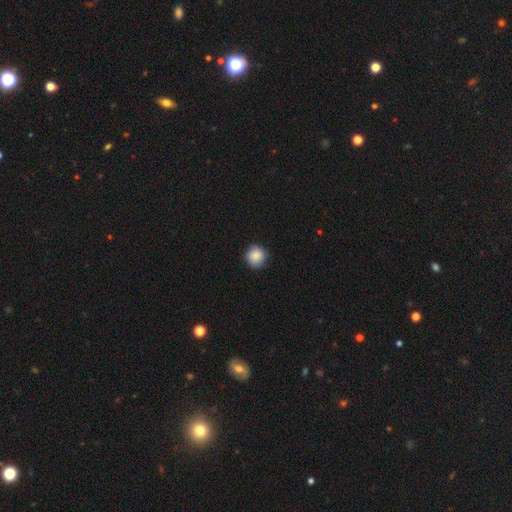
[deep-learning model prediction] The model was most divided on "merging": none: 87%, minor disturbance: 10%, major disturbance: 2%, merger: 1%. More confident: how rounded — round (92%); smooth or featured — smooth (88%).